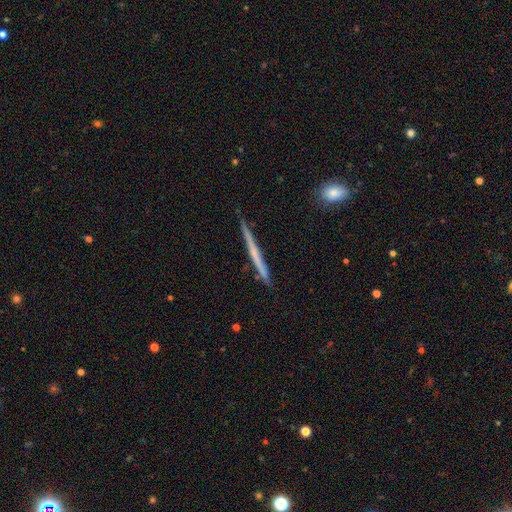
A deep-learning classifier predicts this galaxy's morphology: smooth-or-featured: featured or disk: 57% | smooth: 37% | star or artifact: 6%
  disk-edge-on: yes: 97% | no: 3%
    edge-on-bulge: none: 83% | rounded: 12% | boxy: 4%
  merging: none: 88% | minor disturbance: 9% | major disturbance: 1% | merger: 1%